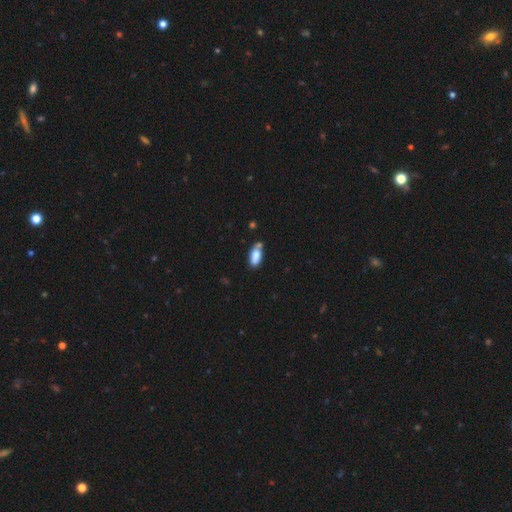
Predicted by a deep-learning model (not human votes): smooth-or-featured: smooth: 84% | featured or disk: 8% | star or artifact: 7%
  how-rounded: in between: 88% | cigar-shaped: 10% | round: 2%
  merging: none: 58% | minor disturbance: 21% | merger: 16% | major disturbance: 5%